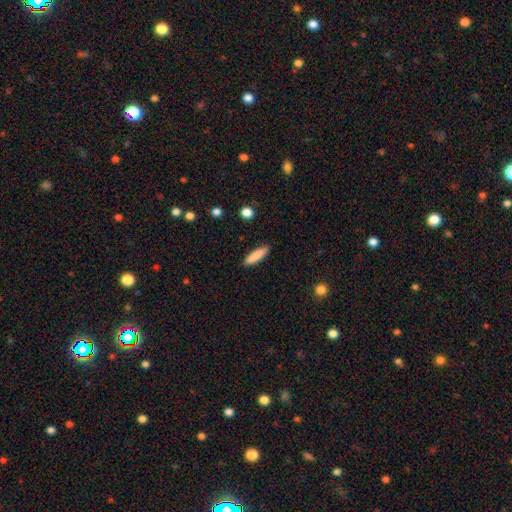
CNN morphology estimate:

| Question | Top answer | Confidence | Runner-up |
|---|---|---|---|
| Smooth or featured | smooth | 86% | featured or disk (8%) |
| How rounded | cigar-shaped | 69% | in between (30%) |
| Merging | none | 88% | minor disturbance (9%) |